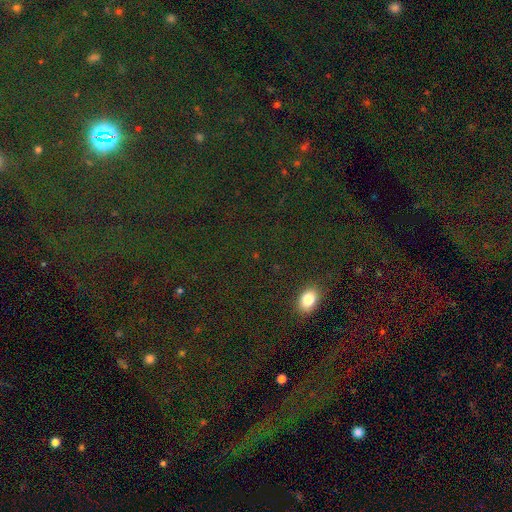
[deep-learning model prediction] smooth-or-featured: star or artifact: 75% | smooth: 16% | featured or disk: 9%